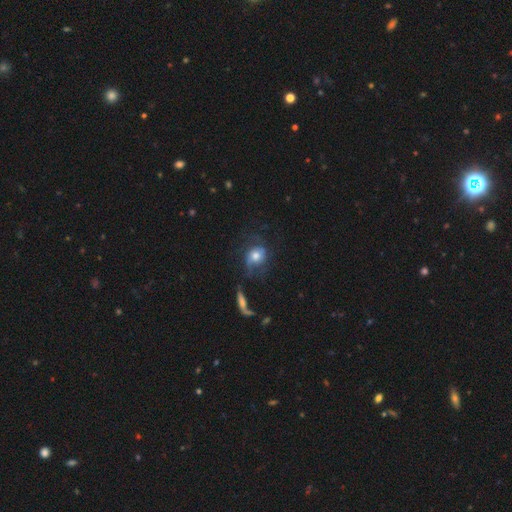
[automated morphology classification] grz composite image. It shows a smooth galaxy with no disk features (46%). Merging: none (46%).